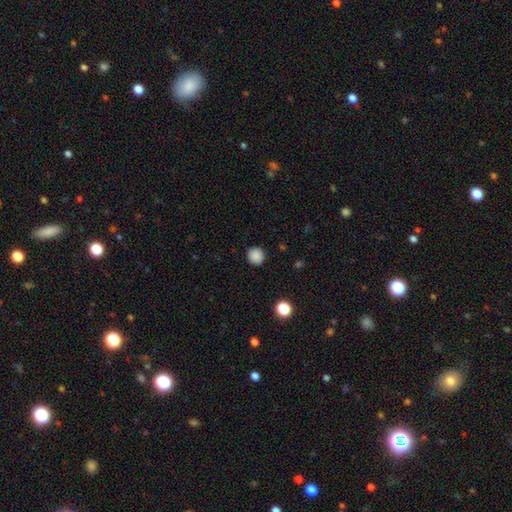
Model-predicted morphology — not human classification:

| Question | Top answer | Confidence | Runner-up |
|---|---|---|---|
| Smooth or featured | smooth | 87% | star or artifact (10%) |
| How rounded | round | 93% | in between (7%) |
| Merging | none | 91% | minor disturbance (6%) |